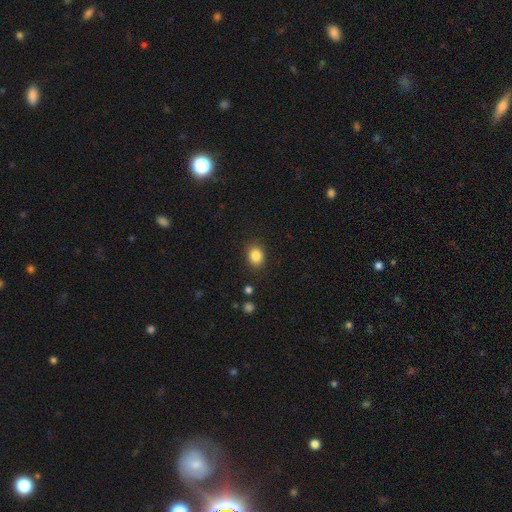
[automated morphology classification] Overall: smooth (85%). How rounded: round (53%; in between 46%). Merging: none (86%).